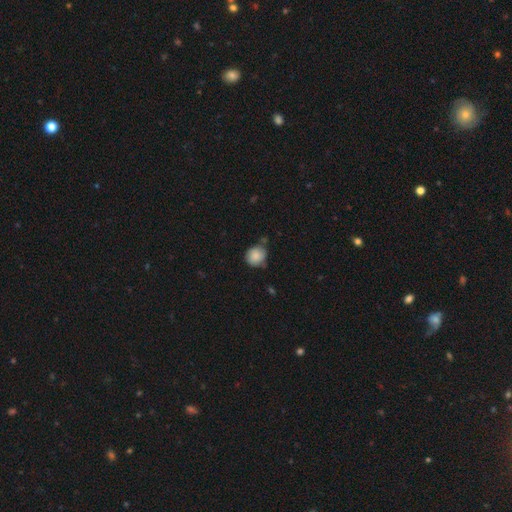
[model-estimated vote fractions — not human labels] Smooth or featured? Predicted: smooth (p=0.84). How rounded? Predicted: round (p=0.82). Merging? Predicted: none (p=0.62).